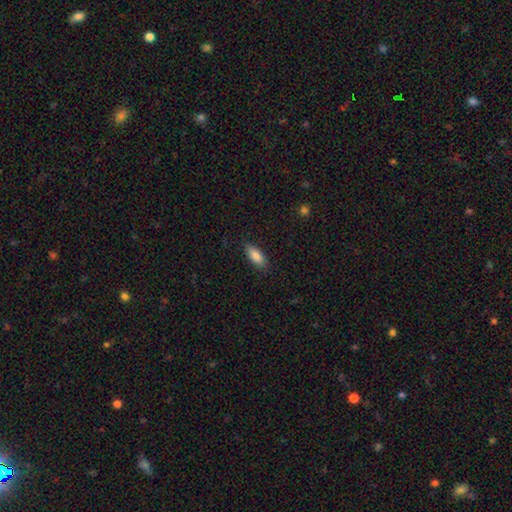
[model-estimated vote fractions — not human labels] Q: Smooth or featured?
A: smooth (86%); runner-up: featured or disk (8%)
Q: How rounded?
A: in between (82%); runner-up: cigar-shaped (16%)
Q: Merging?
A: none (85%); runner-up: minor disturbance (12%)